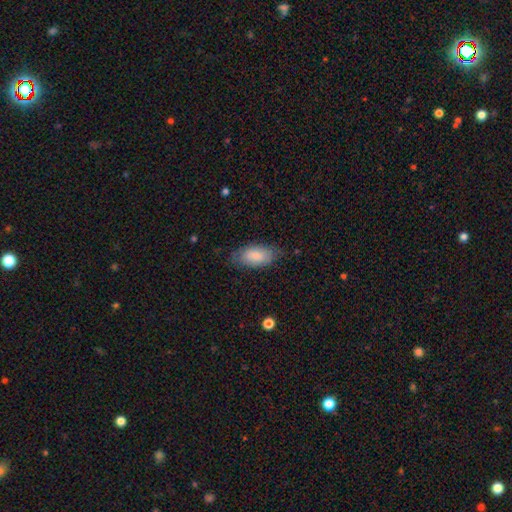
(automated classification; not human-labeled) Smooth or featured? Predicted: smooth (p=0.82). How rounded? Predicted: in between (p=0.93). Merging? Predicted: none (p=0.72).